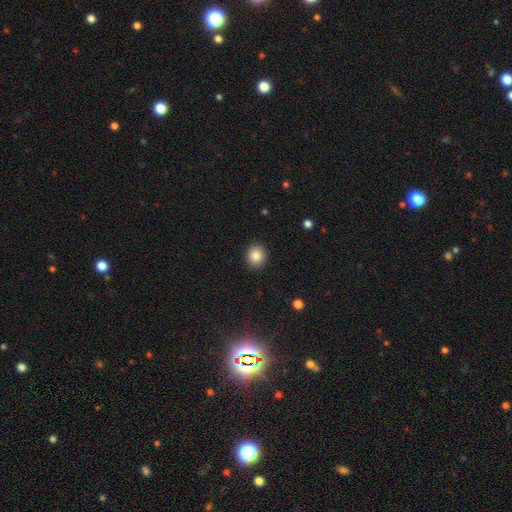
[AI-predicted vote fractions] Smooth or featured?
  - smooth: 85% *
  - star or artifact: 9%
  - featured or disk: 6%
How rounded?
  - round: 83% *
  - in between: 16%
  - cigar-shaped: 1%
Merging?
  - none: 91% *
  - minor disturbance: 6%
  - major disturbance: 2%
  - merger: 1%